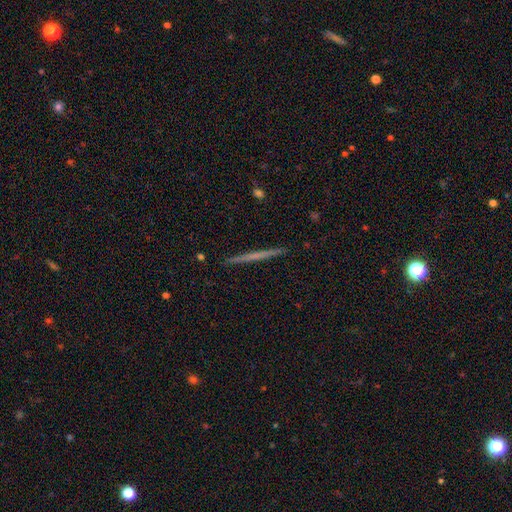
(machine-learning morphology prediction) Smooth or featured?
  - featured or disk: 57% *
  - smooth: 37%
  - star or artifact: 6%
Edge-on disk?
  - yes: 98% *
  - no: 2%
Edge-on bulge?
  - none: 84% *
  - rounded: 12%
  - boxy: 4%
Merging?
  - none: 93% *
  - minor disturbance: 5%
  - major disturbance: 1%
  - merger: 1%